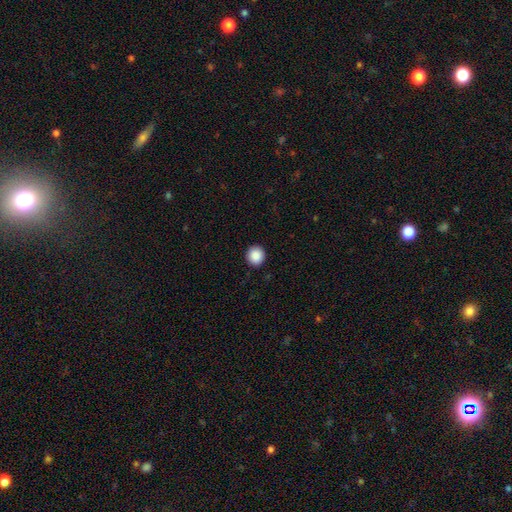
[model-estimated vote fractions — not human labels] smooth 89%, star or artifact 8%, featured or disk 3%. Down the decision tree: how rounded — round (91%); merging — none (92%).